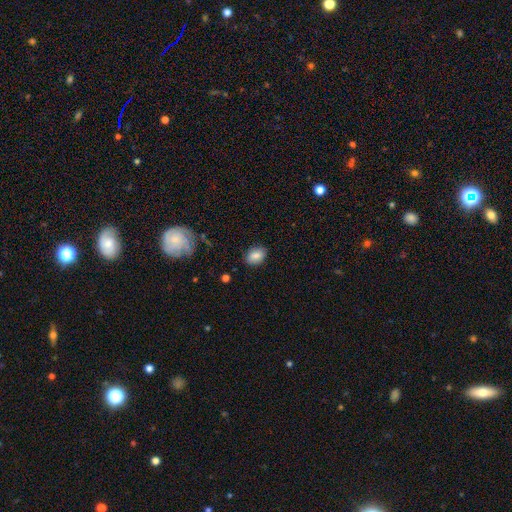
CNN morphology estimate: smooth_or_featured: smooth (p=0.84) [alt: star or artifact p=0.09]
how_rounded: in between (p=0.80) [alt: round p=0.18]
merging: none (p=0.84) [alt: minor disturbance p=0.12]